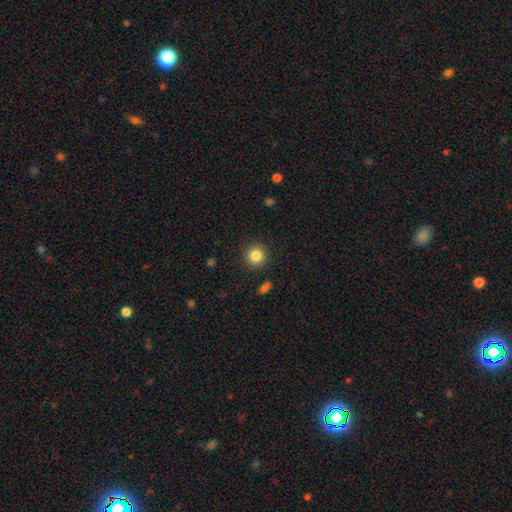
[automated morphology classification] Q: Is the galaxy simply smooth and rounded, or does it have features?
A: smooth — 85%.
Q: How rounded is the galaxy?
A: round — 93%.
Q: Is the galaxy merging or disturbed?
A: none — 90%.